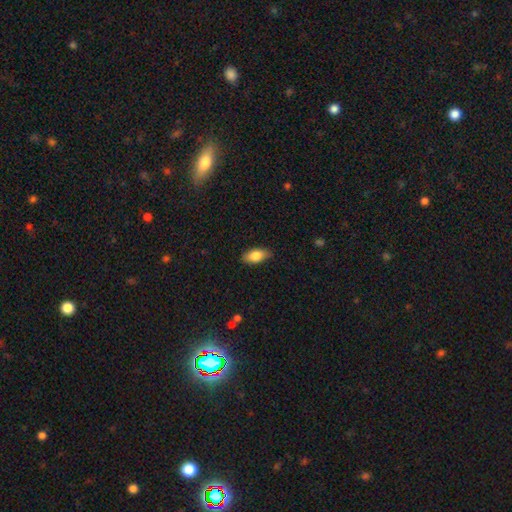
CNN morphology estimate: A smooth galaxy with no disk features (81%) that is in between round and cigar-shaped (88%).

Vote fractions:
- Smooth or featured? smooth: 81% / featured or disk: 12% / star or artifact: 7%
- How rounded? in between: 88% / cigar-shaped: 8% / round: 4%
- Merging? none: 85% / minor disturbance: 12% / major disturbance: 2% / merger: 1%